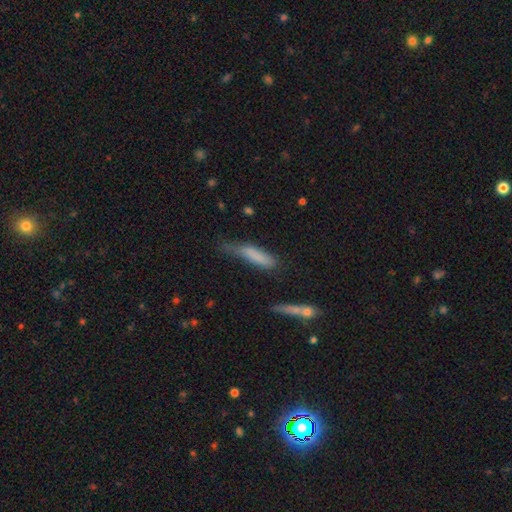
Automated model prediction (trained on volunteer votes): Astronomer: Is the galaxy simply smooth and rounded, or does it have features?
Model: smooth — 76%.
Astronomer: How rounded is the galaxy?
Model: cigar-shaped — 73%.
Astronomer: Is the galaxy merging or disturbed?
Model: none — 40% (runner-up: minor disturbance, 38%).